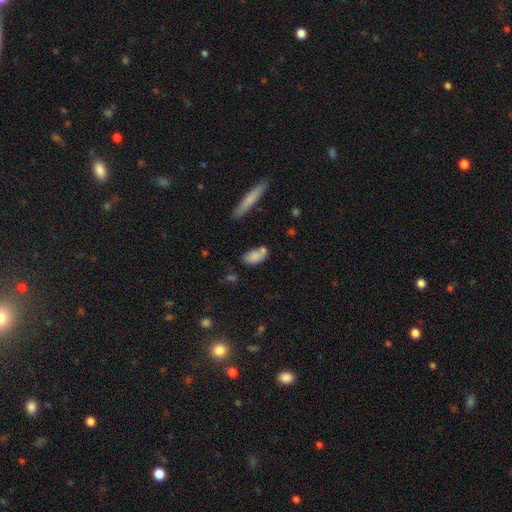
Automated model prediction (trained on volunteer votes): A smooth galaxy with no disk features (79%) that is in between round and cigar-shaped (89%). Merging: none (56%).